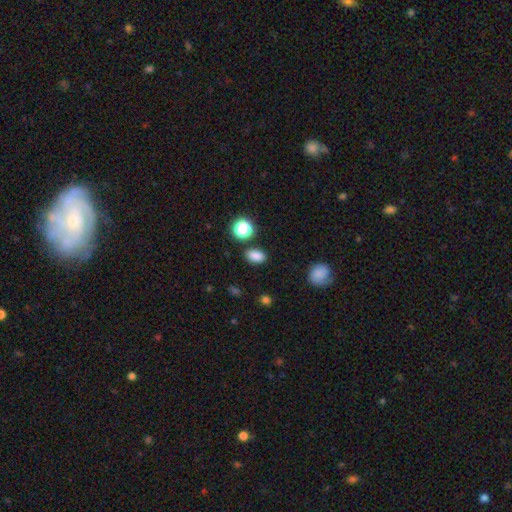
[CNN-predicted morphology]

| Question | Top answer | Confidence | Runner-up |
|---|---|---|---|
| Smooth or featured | smooth | 83% | star or artifact (13%) |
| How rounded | in between | 82% | round (16%) |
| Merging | none | 84% | minor disturbance (9%) |